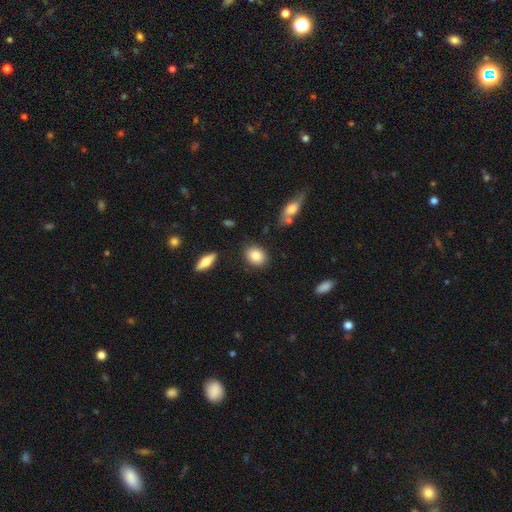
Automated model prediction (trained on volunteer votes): smooth_or_featured: smooth (p=0.84) [alt: featured or disk p=0.09]
how_rounded: in between (p=0.53) [alt: round p=0.46]
merging: none (p=0.85) [alt: minor disturbance p=0.10]